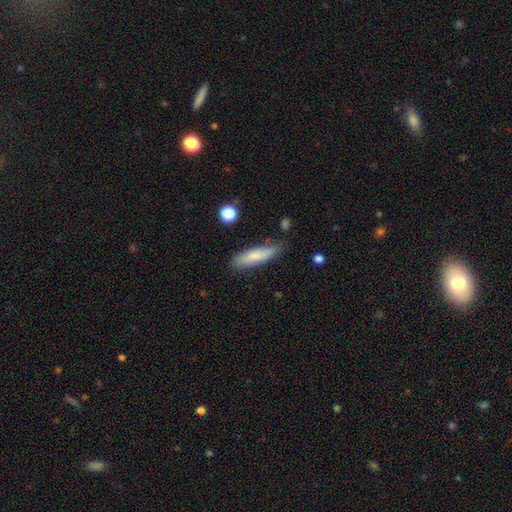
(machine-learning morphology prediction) Smooth or featured?
  - smooth: 75% *
  - featured or disk: 18%
  - star or artifact: 6%
How rounded?
  - cigar-shaped: 68% *
  - in between: 30%
  - round: 2%
Merging?
  - none: 74% *
  - minor disturbance: 19%
  - major disturbance: 4%
  - merger: 3%